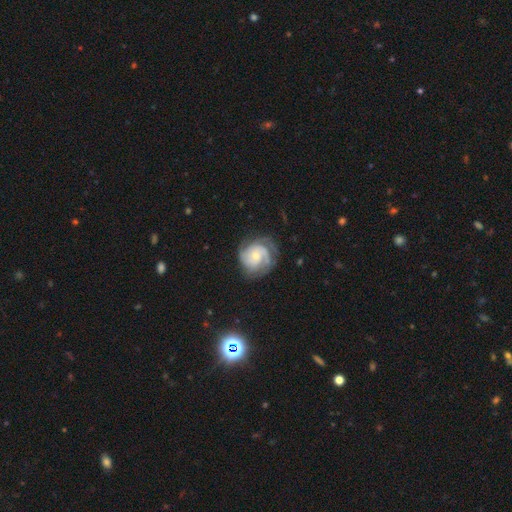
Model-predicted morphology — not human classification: smooth-or-featured: featured or disk: 78% | smooth: 16% | star or artifact: 6%
  disk-edge-on: no: 98% | yes: 2%
    bar: no: 75% | weak: 21% | strong: 4%
    has-spiral-arms: yes: 94% | no: 6%
      spiral-winding: tight: 60% | medium: 32% | loose: 9%
      spiral-arm-count: 3: 30% | 2: 26% | can't tell: 25% | 4: 8% | 1: 6% | more than 4: 5%
    bulge-size: small: 61% | moderate: 32% | large: 3% | none: 3% | dominant: 1%
  merging: none: 66% | minor disturbance: 20% | major disturbance: 12% | merger: 1%